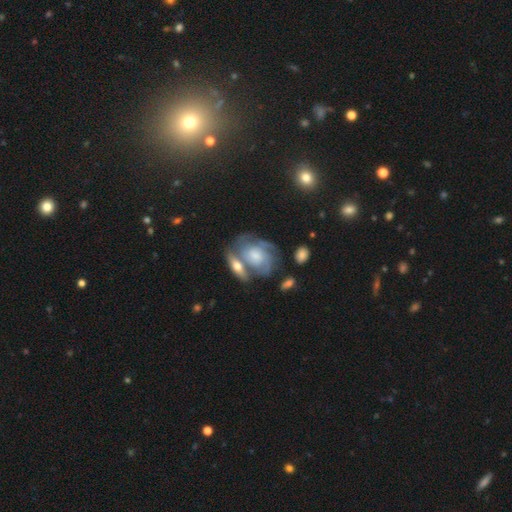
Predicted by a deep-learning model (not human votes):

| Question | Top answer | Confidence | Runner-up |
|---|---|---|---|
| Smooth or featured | featured or disk | 73% | smooth (21%) |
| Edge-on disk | no | 95% | yes (5%) |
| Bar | no | 72% | weak (23%) |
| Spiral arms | yes | 87% | no (13%) |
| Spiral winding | tight | 54% | medium (35%) |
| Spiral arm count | can't tell | 35% | 3 (27%) |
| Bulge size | small | 42% | moderate (34%) |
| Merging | none | 45% | merger (26%) |